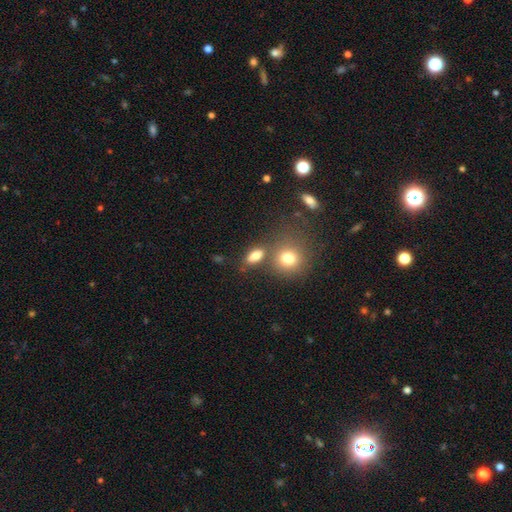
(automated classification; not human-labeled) The model was most divided on "merging": none: 64%, merger: 18%, minor disturbance: 12%, major disturbance: 5%. More confident: smooth or featured — smooth (81%); how rounded — in between (76%).